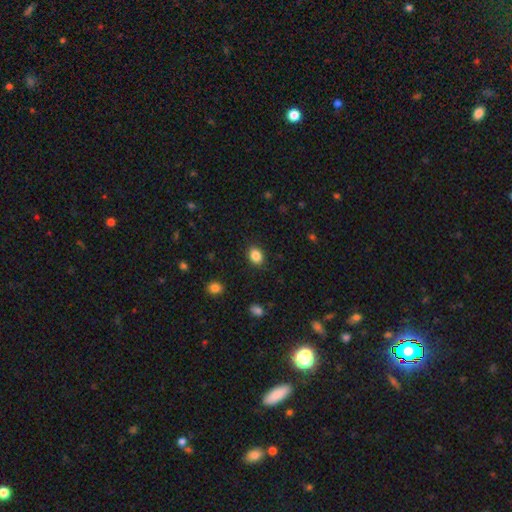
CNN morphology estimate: This is clearly a smooth galaxy (86%). How rounded: likely in between (63%). Merging: clearly none (88%).